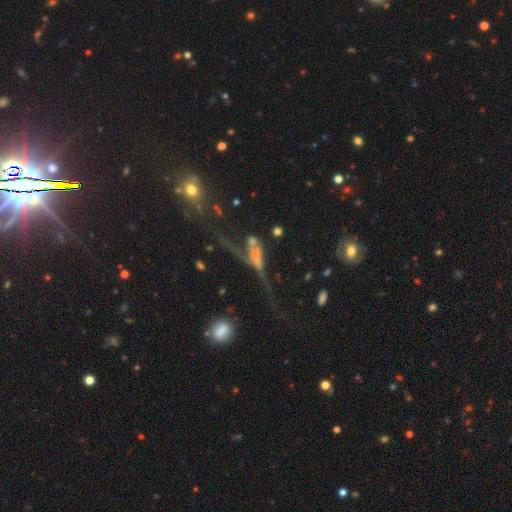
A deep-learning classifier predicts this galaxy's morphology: Smooth or featured?
  - featured or disk: 54% *
  - smooth: 28%
  - star or artifact: 18%
Edge-on disk?
  - no: 56% *
  - yes: 44%
Merging?
  - major disturbance: 41% *
  - none: 23%
  - merger: 22%
  - minor disturbance: 14%